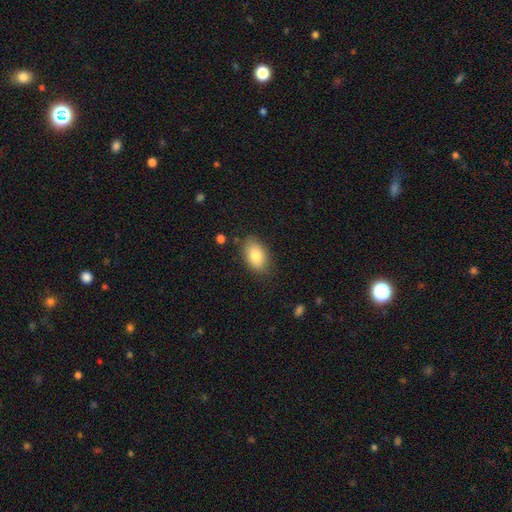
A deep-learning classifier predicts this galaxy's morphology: A smooth galaxy with no disk features (82%) that is in between round and cigar-shaped (90%).

Vote fractions:
- Smooth or featured? smooth: 82% / featured or disk: 11% / star or artifact: 7%
- How rounded? in between: 90% / round: 8% / cigar-shaped: 2%
- Merging? none: 81% / minor disturbance: 14% / major disturbance: 3% / merger: 2%